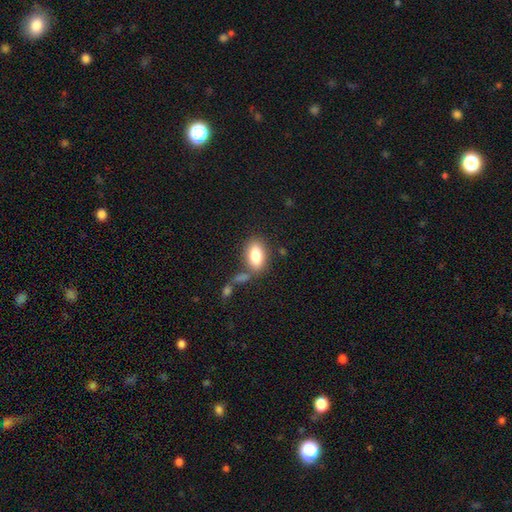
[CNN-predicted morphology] smooth-or-featured: smooth: 81% | featured or disk: 11% | star or artifact: 8%
  how-rounded: in between: 89% | round: 7% | cigar-shaped: 4%
  merging: none: 68% | minor disturbance: 14% | merger: 13% | major disturbance: 5%